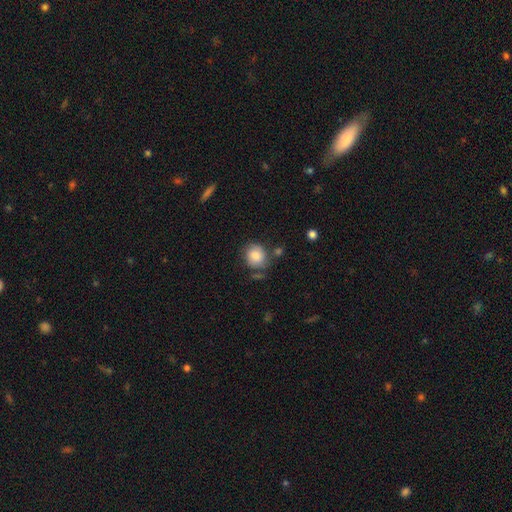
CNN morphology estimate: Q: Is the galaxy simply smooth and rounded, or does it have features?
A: smooth — 82%.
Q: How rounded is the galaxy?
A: round — 80%.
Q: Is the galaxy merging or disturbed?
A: none — 67%.